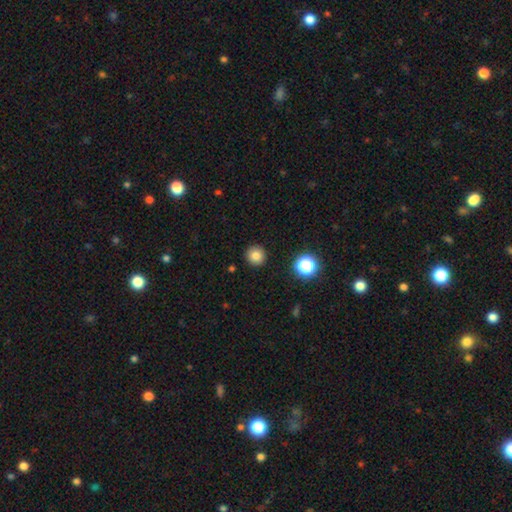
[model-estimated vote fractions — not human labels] smooth-or-featured: smooth: 81% | star or artifact: 13% | featured or disk: 6%
  how-rounded: round: 94% | in between: 5% | cigar-shaped: 1%
  merging: none: 92% | minor disturbance: 5% | major disturbance: 2% | merger: 1%